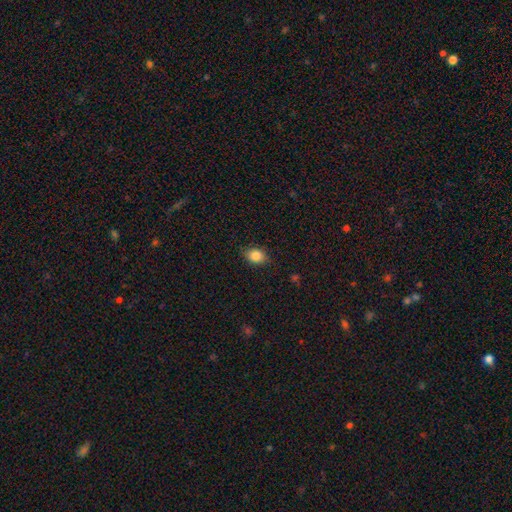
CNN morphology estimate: Q: Smooth or featured?
A: smooth (85%); runner-up: star or artifact (9%)
Q: How rounded?
A: in between (60%); runner-up: round (39%)
Q: Merging?
A: none (79%); runner-up: minor disturbance (16%)